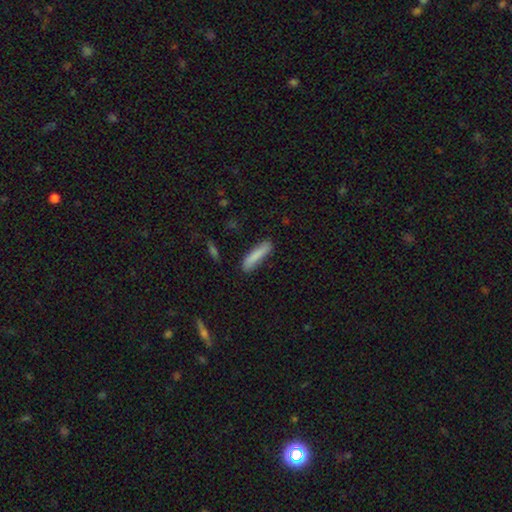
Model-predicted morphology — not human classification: Smooth or featured? Predicted: smooth (p=0.84). How rounded? Predicted: cigar-shaped (p=0.82). Merging? Predicted: none (p=0.81).